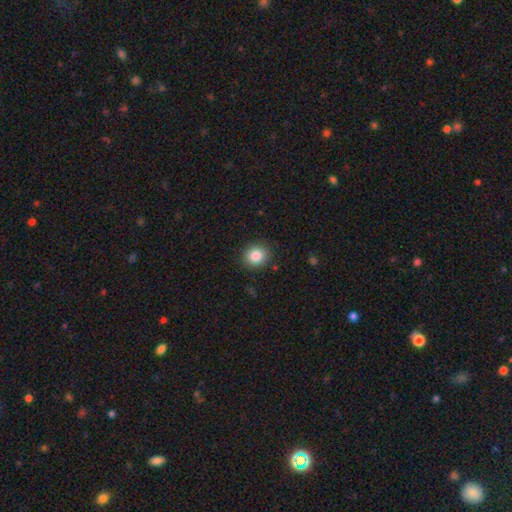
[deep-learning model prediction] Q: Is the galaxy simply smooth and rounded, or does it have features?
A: smooth — 85%.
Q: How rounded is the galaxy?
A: round — 83%.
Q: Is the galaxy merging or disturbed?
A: none — 89%.